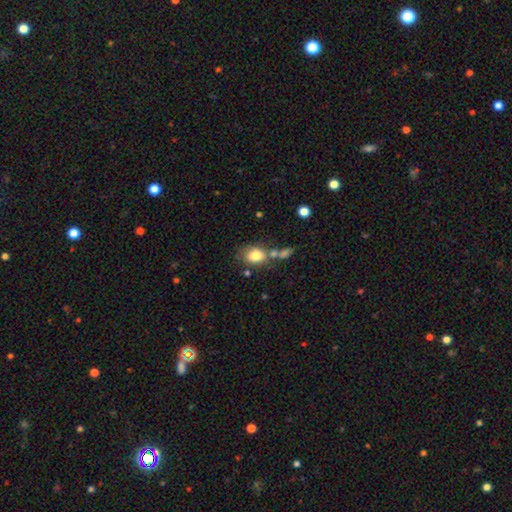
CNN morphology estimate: type=smooth (79%); roundness=in between (68%); merging=none (48%).